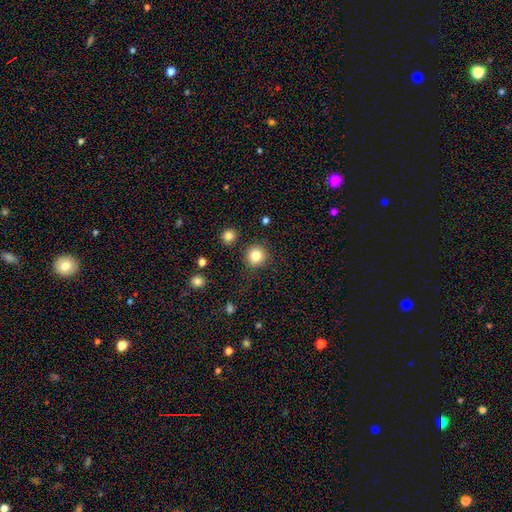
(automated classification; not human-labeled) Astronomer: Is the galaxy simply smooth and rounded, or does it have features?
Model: smooth — 83%.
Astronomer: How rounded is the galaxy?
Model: round — 93%.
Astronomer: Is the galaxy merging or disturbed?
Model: none — 88%.